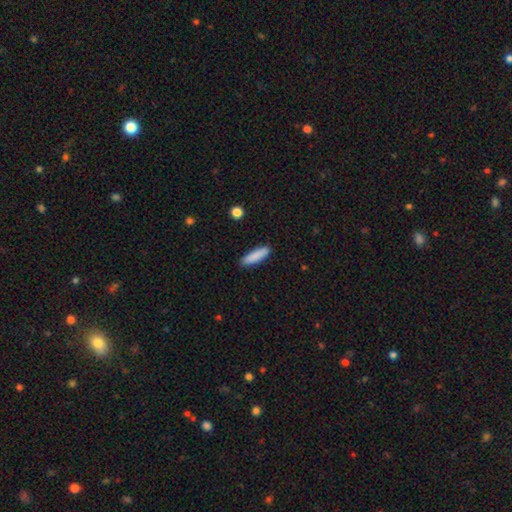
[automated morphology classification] Overall: smooth (87%). How rounded: cigar-shaped (65%; in between 34%). Merging: none (88%).